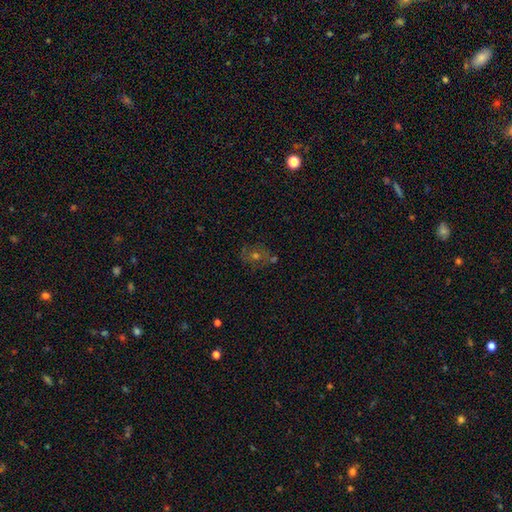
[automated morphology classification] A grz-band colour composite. It shows a featured or disk galaxy (37%). Merging: none (69%).